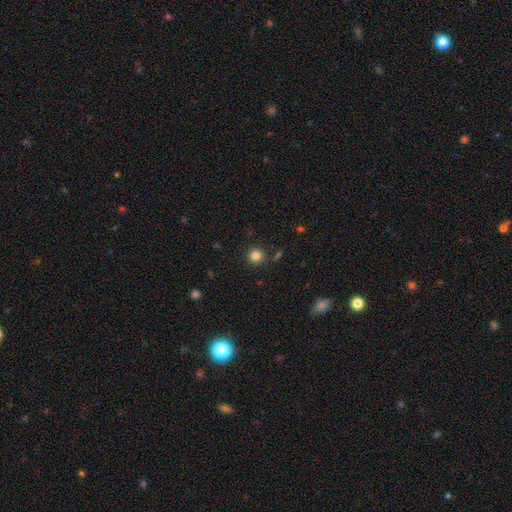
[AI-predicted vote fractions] A smooth galaxy with no disk features (83%) that is round (94%). Merging: none (85%).